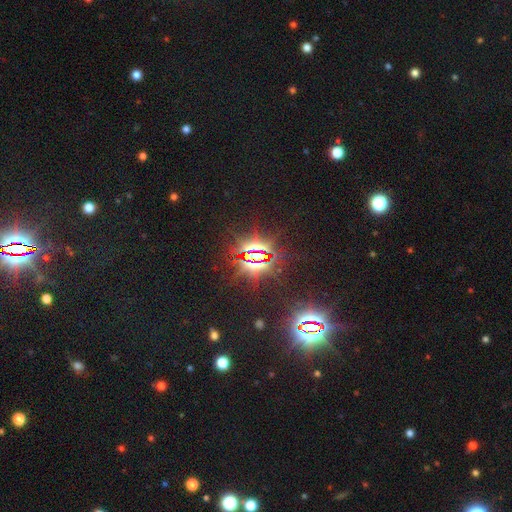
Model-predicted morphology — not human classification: A star or artifact, not a galaxy (85%).

Vote fractions:
- Smooth or featured? star or artifact: 85% / smooth: 8% / featured or disk: 7%